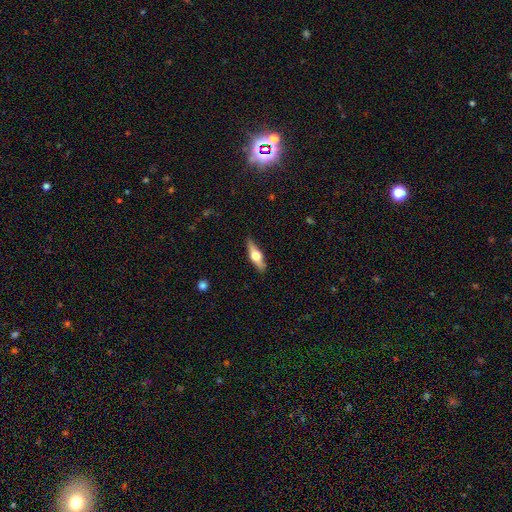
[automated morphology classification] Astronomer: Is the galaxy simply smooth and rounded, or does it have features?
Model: featured or disk — 56% (runner-up: smooth, 38%).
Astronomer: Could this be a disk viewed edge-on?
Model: yes — 94%.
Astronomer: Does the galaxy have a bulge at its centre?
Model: rounded — 95%.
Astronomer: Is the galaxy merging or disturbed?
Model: none — 87%.